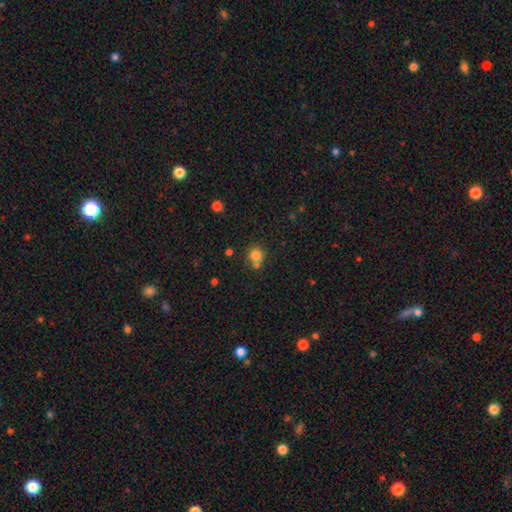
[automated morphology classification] smooth-or-featured: smooth: 79% | star or artifact: 13% | featured or disk: 8%
  how-rounded: round: 87% | in between: 12% | cigar-shaped: 1%
  merging: none: 57% | merger: 28% | minor disturbance: 11% | major disturbance: 4%